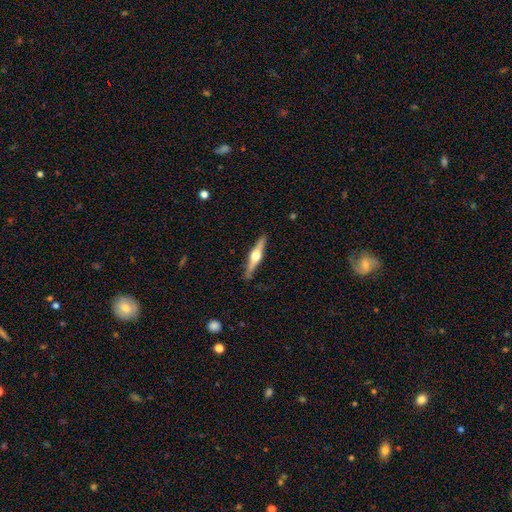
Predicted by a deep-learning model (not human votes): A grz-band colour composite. It shows a featured or disk galaxy (74%) viewed edge-on (98%) with a rounded central bulge (95%). Merging: none (89%).